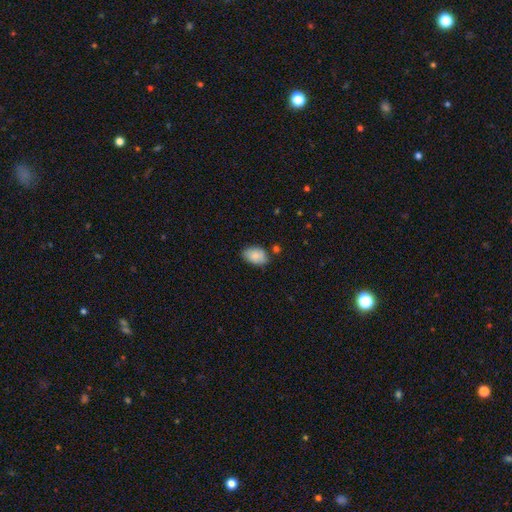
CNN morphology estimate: Overall: smooth (84%). How rounded: in between (88%). Merging: none (71%).